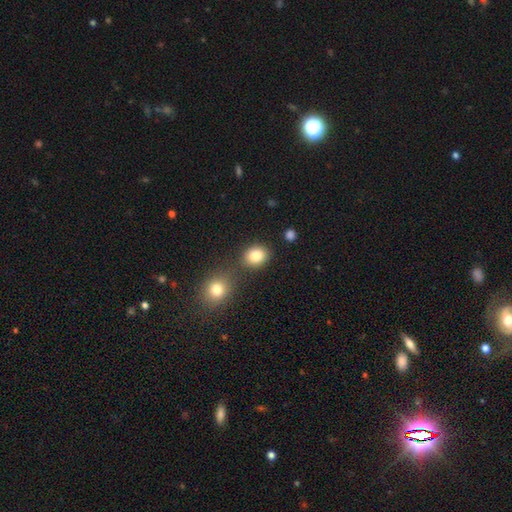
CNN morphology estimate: Overall: smooth (84%). How rounded: round (56%; in between 43%). Merging: none (74%).